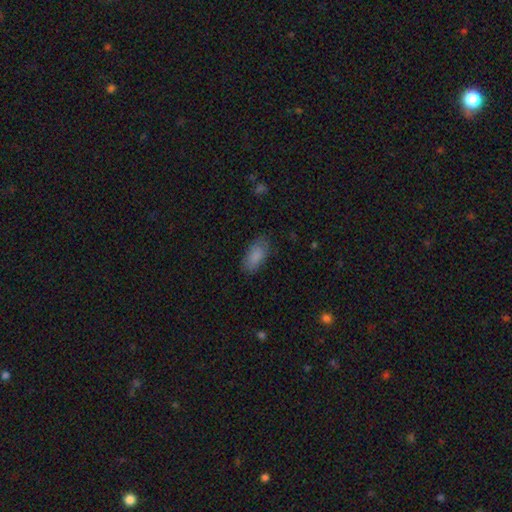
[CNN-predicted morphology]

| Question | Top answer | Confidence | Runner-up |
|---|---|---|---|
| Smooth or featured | smooth | 86% | star or artifact (7%) |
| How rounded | in between | 91% | cigar-shaped (6%) |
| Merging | none | 79% | minor disturbance (16%) |